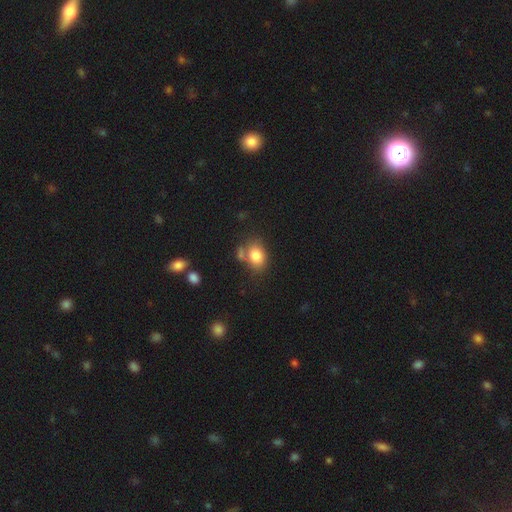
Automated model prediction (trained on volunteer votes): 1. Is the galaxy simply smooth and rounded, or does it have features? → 81% smooth, 9% star or artifact, 9% featured or disk.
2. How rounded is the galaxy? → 61% in between, 38% round, 1% cigar-shaped.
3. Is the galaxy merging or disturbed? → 57% none, 18% merger, 18% minor disturbance, 7% major disturbance.